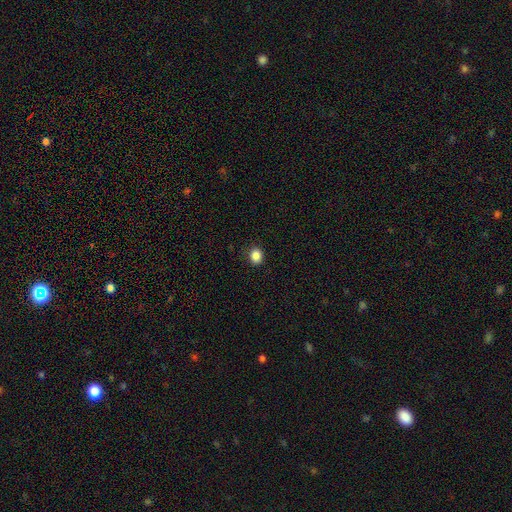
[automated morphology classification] type=smooth (86%); roundness=round (66%); merging=none (89%).